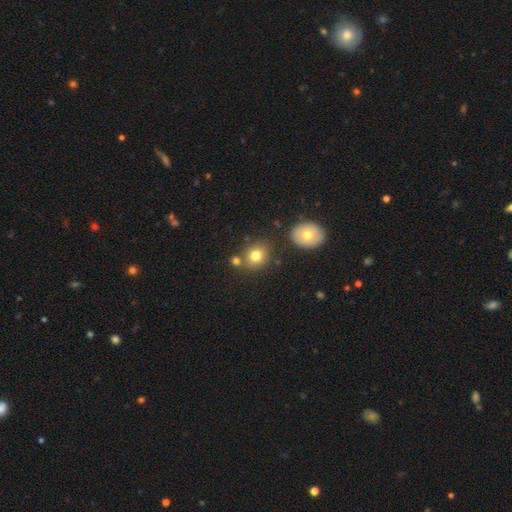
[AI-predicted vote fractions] This appears to be a smooth galaxy with no disk features (77%) that is round (69%). Merging: none (73%).